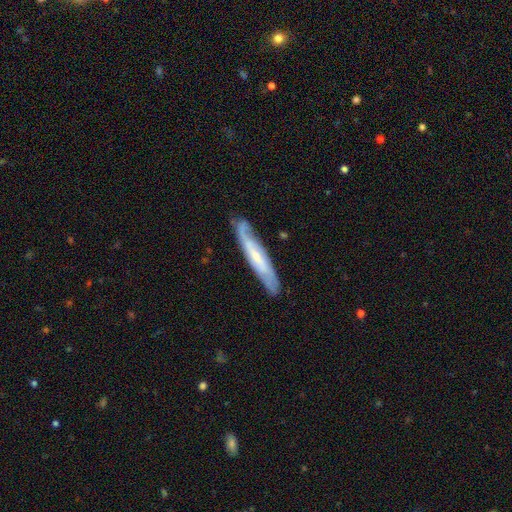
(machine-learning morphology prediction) smooth_or_featured: featured or disk (p=0.64) [alt: smooth p=0.30]
disk_edge_on: yes (p=0.51) [alt: no p=0.49]
merging: none (p=0.78) [alt: minor disturbance p=0.16]